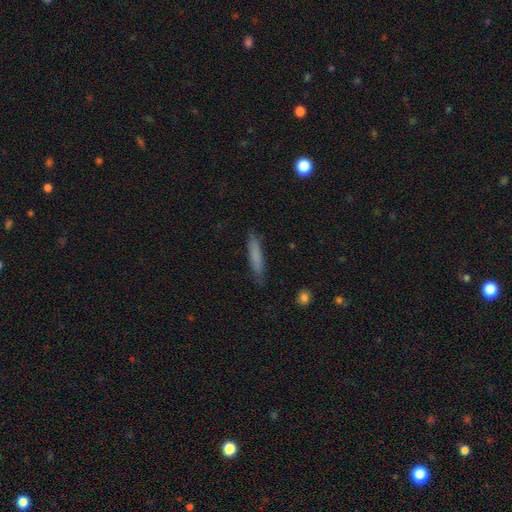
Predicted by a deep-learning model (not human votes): Smooth or featured? smooth (76%)
How rounded? cigar-shaped (90%)
Merging? none (85%)